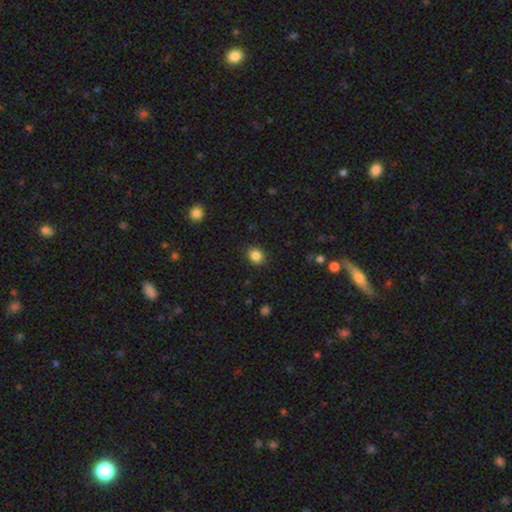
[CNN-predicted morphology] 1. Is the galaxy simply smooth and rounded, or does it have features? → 85% smooth, 10% star or artifact, 4% featured or disk.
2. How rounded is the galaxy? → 64% round, 35% in between, 1% cigar-shaped.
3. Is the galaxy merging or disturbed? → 89% none, 8% minor disturbance, 2% major disturbance, 1% merger.